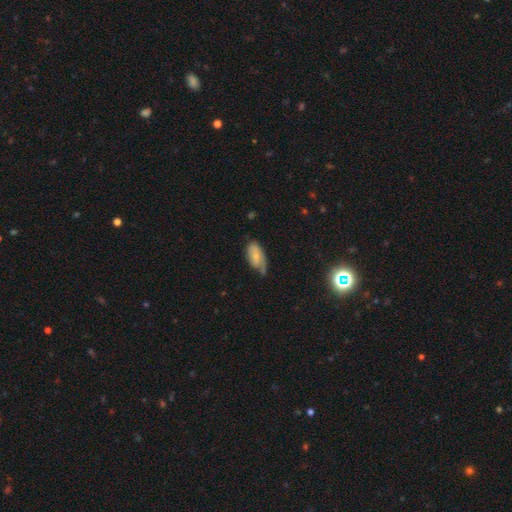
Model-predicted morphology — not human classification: Smooth or featured? smooth (62%)
How rounded? in between (92%)
Merging? none (43%)